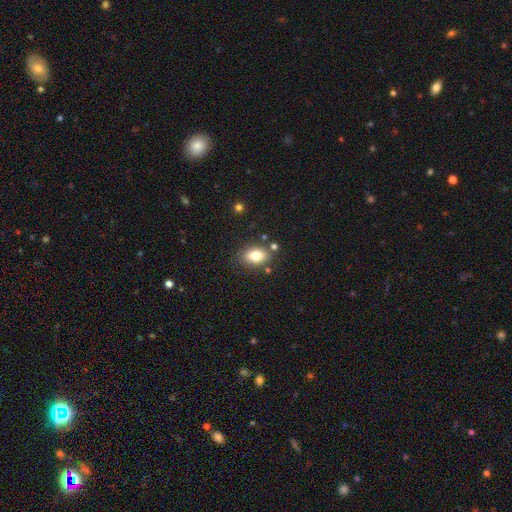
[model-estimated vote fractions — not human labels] Q: Smooth or featured?
A: smooth (82%); runner-up: featured or disk (9%)
Q: How rounded?
A: in between (84%); runner-up: round (15%)
Q: Merging?
A: none (79%); runner-up: minor disturbance (12%)